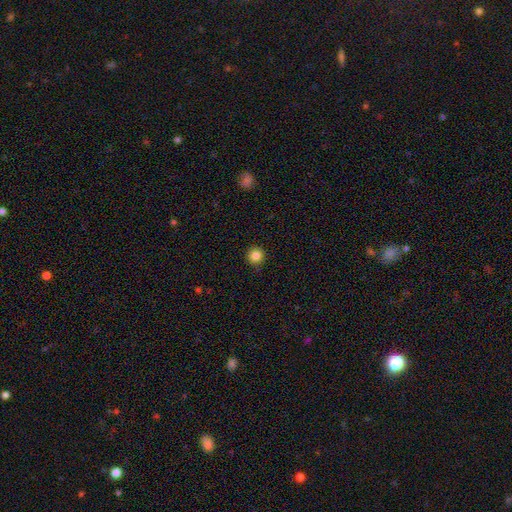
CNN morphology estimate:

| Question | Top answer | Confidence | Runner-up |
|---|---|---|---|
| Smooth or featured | smooth | 84% | star or artifact (11%) |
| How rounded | round | 95% | in between (4%) |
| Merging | none | 90% | minor disturbance (7%) |